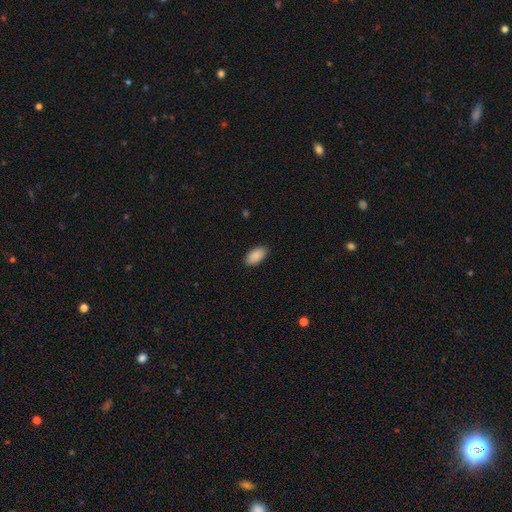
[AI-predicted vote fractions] Smooth or featured? Predicted: smooth (p=0.90). How rounded? Predicted: in between (p=0.95). Merging? Predicted: none (p=0.89).